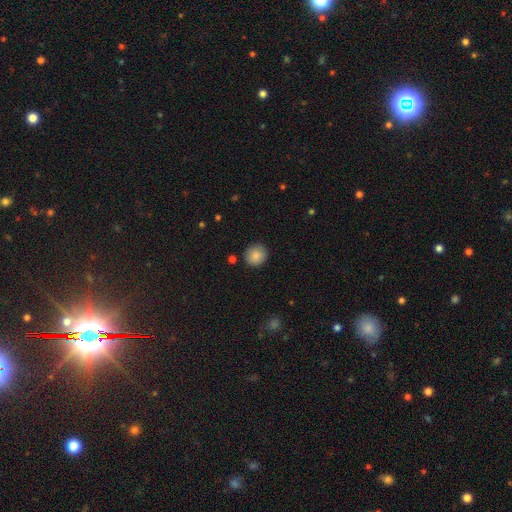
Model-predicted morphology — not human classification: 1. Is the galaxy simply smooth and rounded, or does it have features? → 87% smooth, 8% star or artifact, 5% featured or disk.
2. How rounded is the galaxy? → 87% round, 12% in between, 1% cigar-shaped.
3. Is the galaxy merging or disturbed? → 87% none, 9% minor disturbance, 2% major disturbance, 2% merger.